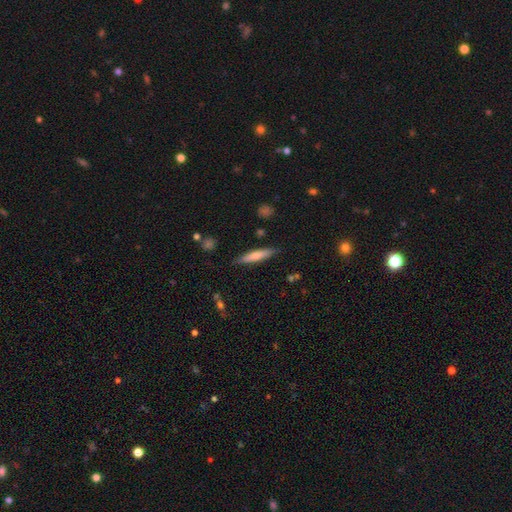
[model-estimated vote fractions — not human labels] This appears to be a smooth galaxy with no disk features (65%) that is cigar-shaped (87%). Merging: none (84%).